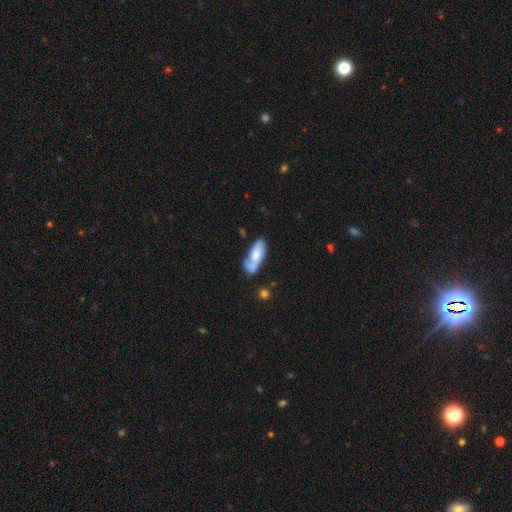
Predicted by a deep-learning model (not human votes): A smooth galaxy with no disk features (57%) that is in between round and cigar-shaped (74%).

Vote fractions:
- Smooth or featured? smooth: 57% / featured or disk: 37% / star or artifact: 6%
- How rounded? in between: 74% / cigar-shaped: 23% / round: 2%
- Merging? none: 46% / minor disturbance: 24% / merger: 18% / major disturbance: 12%